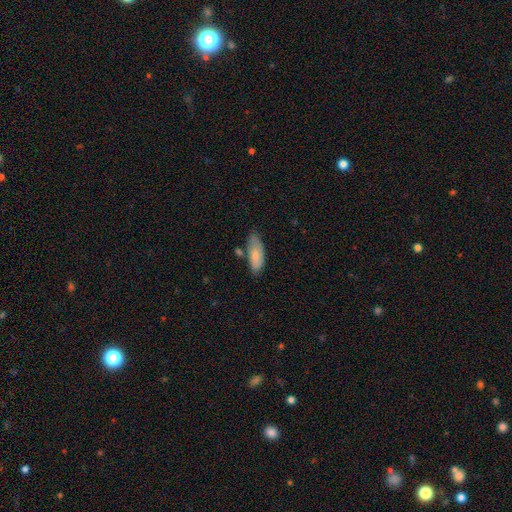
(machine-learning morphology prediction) smooth 77%, featured or disk 17%, star or artifact 6%. Down the decision tree: how rounded — in between (81%); merging — none (64%).